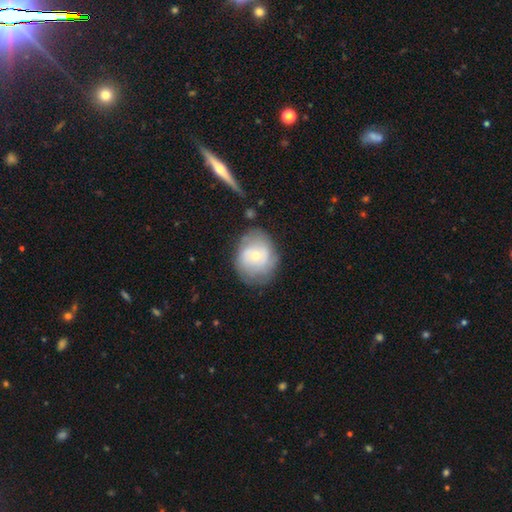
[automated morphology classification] Q: Smooth or featured?
A: smooth (48%); runner-up: featured or disk (45%)
Q: Merging?
A: none (67%); runner-up: minor disturbance (21%)